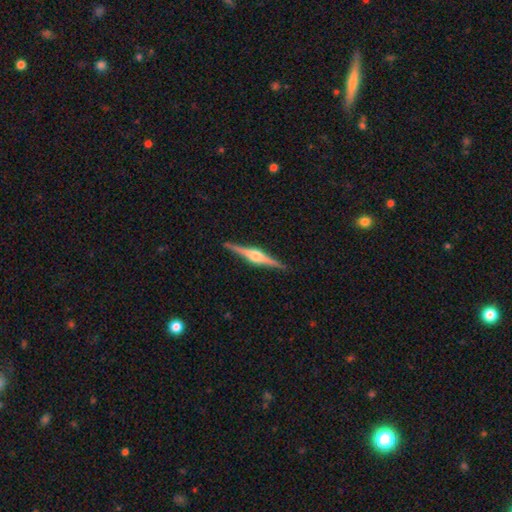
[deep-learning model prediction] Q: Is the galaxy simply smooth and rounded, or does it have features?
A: featured or disk — 85%.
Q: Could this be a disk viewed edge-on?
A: yes — 99%.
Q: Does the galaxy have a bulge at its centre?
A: rounded — 91%.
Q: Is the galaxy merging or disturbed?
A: none — 91%.